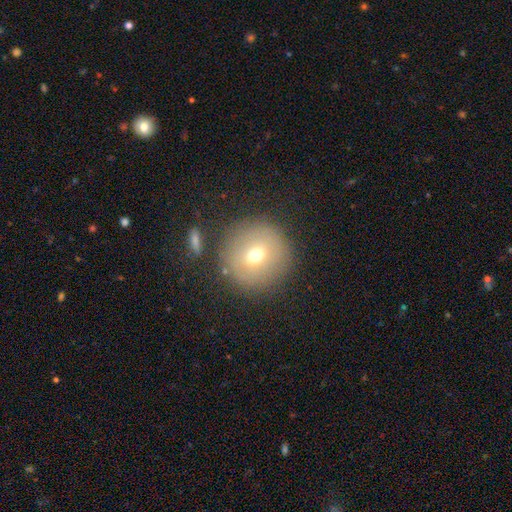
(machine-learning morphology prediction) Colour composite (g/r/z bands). It shows a smooth galaxy with no disk features (65%) that is round (95%). Merging: none (83%).